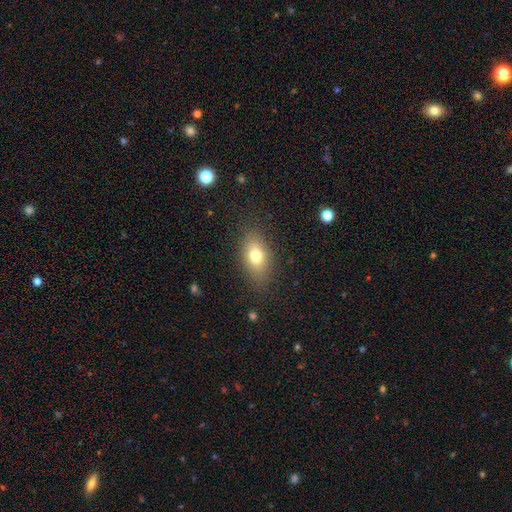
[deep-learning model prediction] Smooth or featured: smooth — 75% (featured or disk — 15%)
How rounded: in between — 84% (round — 11%)
Merging: none — 83% (minor disturbance — 12%)